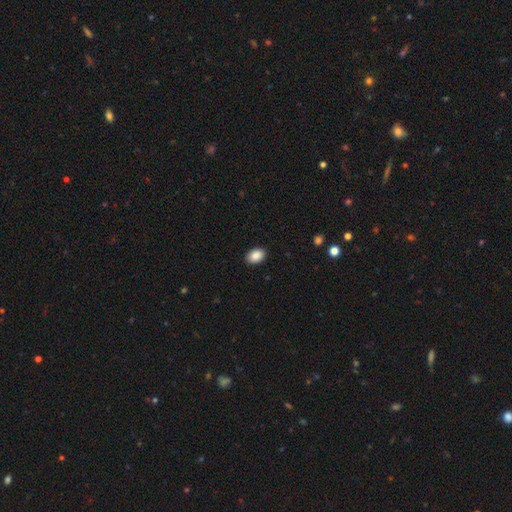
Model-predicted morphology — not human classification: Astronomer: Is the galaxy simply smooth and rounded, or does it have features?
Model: smooth — 89%.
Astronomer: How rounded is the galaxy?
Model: in between — 82%.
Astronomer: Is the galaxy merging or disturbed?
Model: none — 90%.